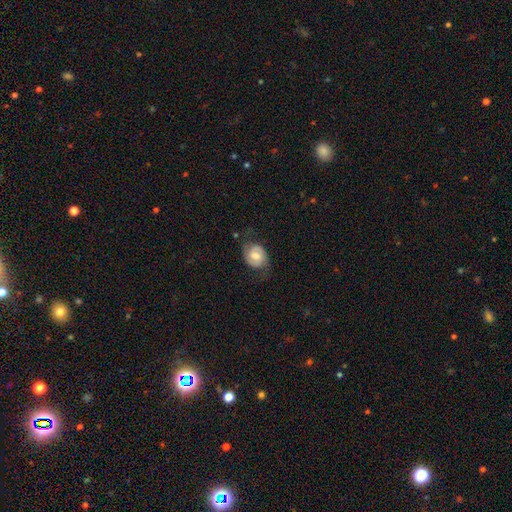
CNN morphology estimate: A featured or disk galaxy (49%). Merging: none (63%).